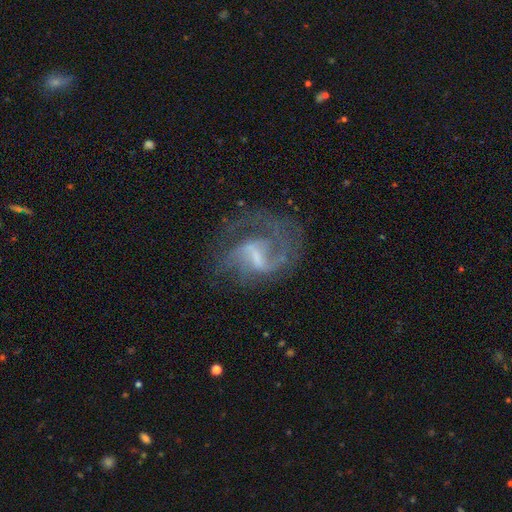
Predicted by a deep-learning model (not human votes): Q: Smooth or featured?
A: featured or disk (82%); runner-up: smooth (10%)
Q: Edge-on disk?
A: no (98%); runner-up: yes (2%)
Q: Bar?
A: weak (53%); runner-up: strong (29%)
Q: Spiral arms?
A: yes (89%); runner-up: no (11%)
Q: Spiral winding?
A: medium (43%); runner-up: loose (40%)
Q: Spiral arm count?
A: 2 (46%); runner-up: can't tell (18%)
Q: Bulge size?
A: small (39%); runner-up: none (33%)
Q: Merging?
A: none (49%); runner-up: major disturbance (31%)